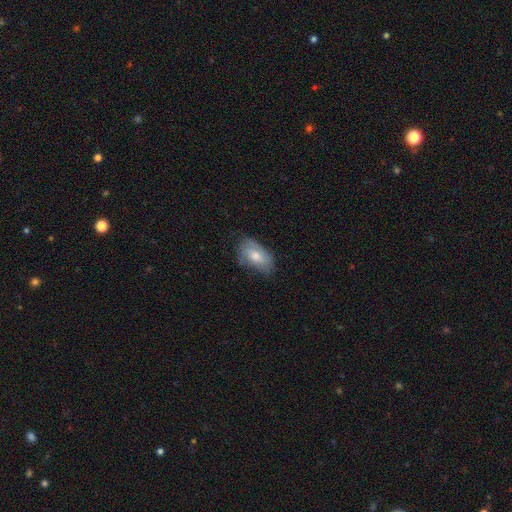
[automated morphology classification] Q: Smooth or featured?
A: smooth (67%); runner-up: featured or disk (27%)
Q: How rounded?
A: in between (92%); runner-up: round (5%)
Q: Merging?
A: none (62%); runner-up: minor disturbance (29%)